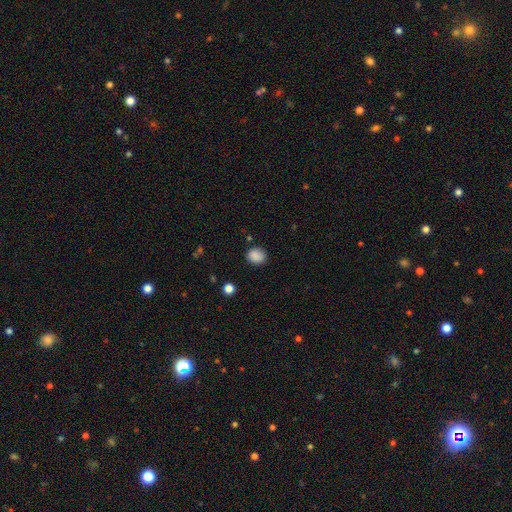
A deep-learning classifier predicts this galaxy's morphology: Smooth or featured?
  - smooth: 88% *
  - star or artifact: 9%
  - featured or disk: 3%
How rounded?
  - round: 68% *
  - in between: 31%
  - cigar-shaped: 1%
Merging?
  - none: 85% *
  - minor disturbance: 10%
  - major disturbance: 3%
  - merger: 2%